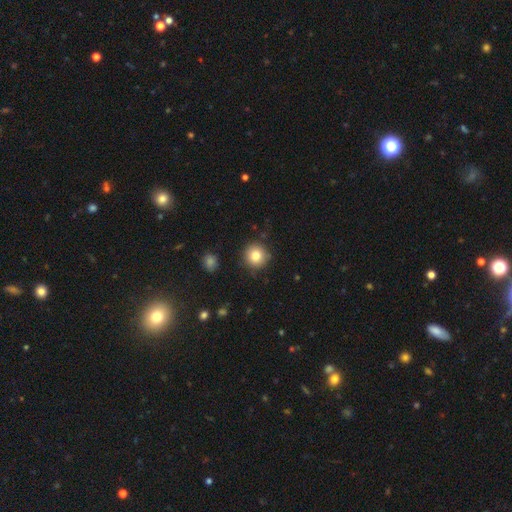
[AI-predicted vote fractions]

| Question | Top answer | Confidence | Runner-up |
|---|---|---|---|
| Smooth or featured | smooth | 82% | star or artifact (11%) |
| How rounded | round | 94% | in between (5%) |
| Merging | none | 87% | minor disturbance (8%) |